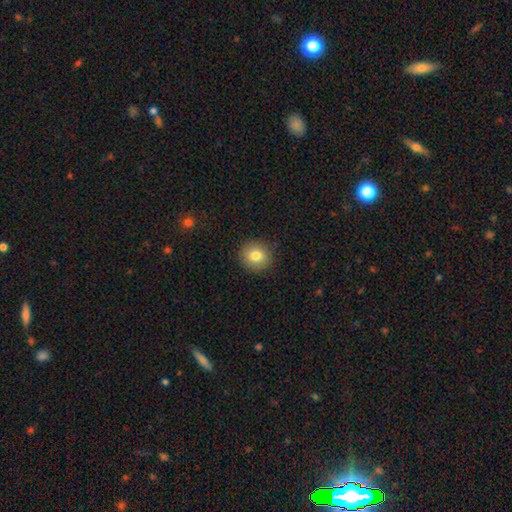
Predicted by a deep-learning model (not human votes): Smooth or featured? Predicted: smooth (p=0.81). How rounded? Predicted: round (p=0.87). Merging? Predicted: none (p=0.90).